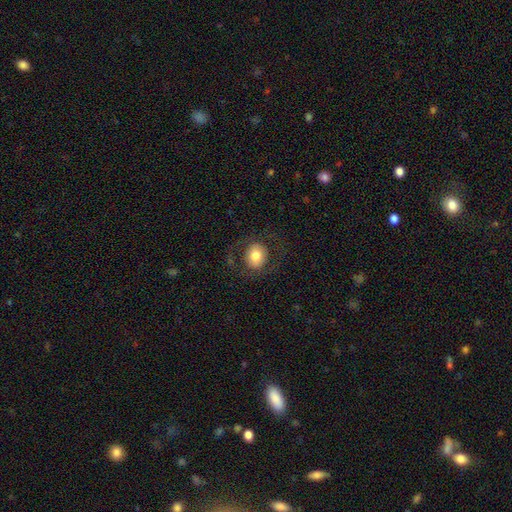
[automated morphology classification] type=smooth (74%); roundness=round (71%); merging=none (80%).